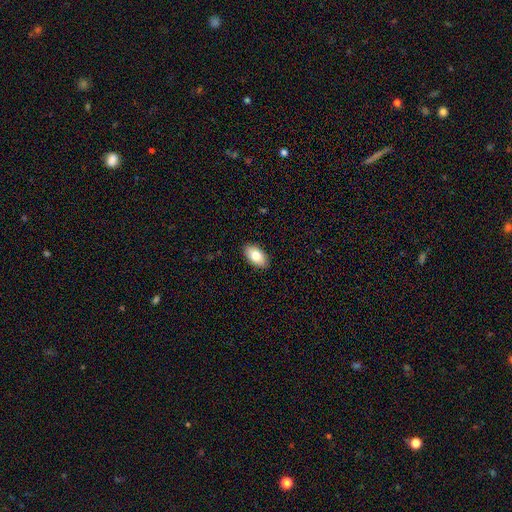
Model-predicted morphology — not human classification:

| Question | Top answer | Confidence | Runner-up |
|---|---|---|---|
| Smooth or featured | smooth | 79% | featured or disk (14%) |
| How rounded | in between | 95% | round (3%) |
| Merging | none | 89% | minor disturbance (8%) |